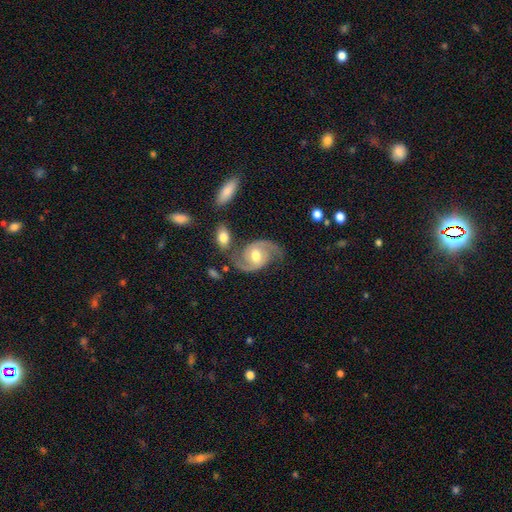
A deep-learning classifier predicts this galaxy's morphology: smooth-or-featured: featured or disk: 87% | smooth: 8% | star or artifact: 5%
  disk-edge-on: no: 97% | yes: 3%
    bar: no: 47% | weak: 42% | strong: 12%
    has-spiral-arms: yes: 97% | no: 3%
      spiral-winding: medium: 56% | loose: 23% | tight: 21%
      spiral-arm-count: 2: 93% | can't tell: 2% | 1: 1% | 3: 1% | 4: 1% | more than 4: 1%
    bulge-size: moderate: 75% | large: 12% | small: 10% | none: 1% | dominant: 1%
  merging: none: 69% | minor disturbance: 16% | merger: 8% | major disturbance: 6%